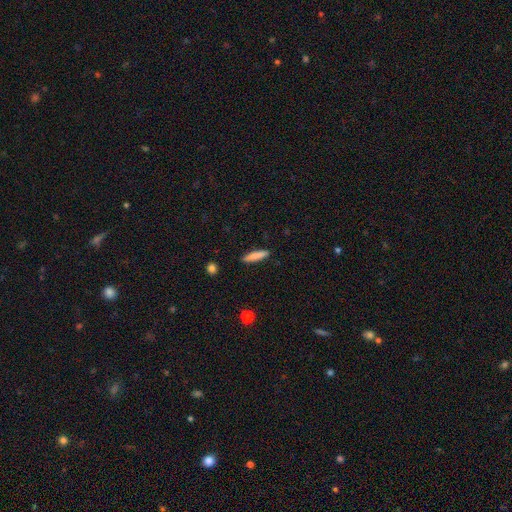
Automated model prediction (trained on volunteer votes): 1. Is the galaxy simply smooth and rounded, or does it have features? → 80% smooth, 14% featured or disk, 6% star or artifact.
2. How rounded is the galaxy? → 86% cigar-shaped, 12% in between, 2% round.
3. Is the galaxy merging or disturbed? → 90% none, 7% minor disturbance, 2% major disturbance, 1% merger.